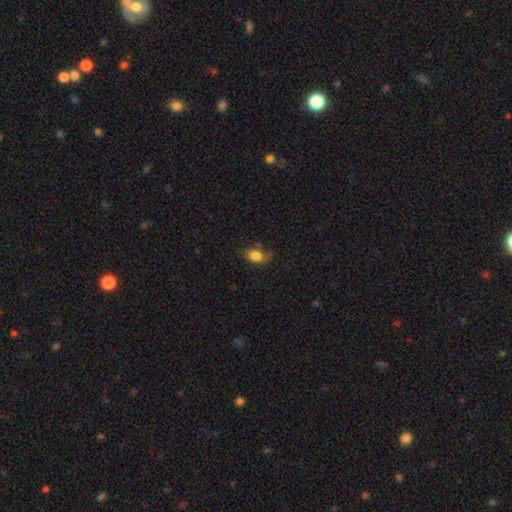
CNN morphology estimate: smooth 83%, star or artifact 10%, featured or disk 7%. Down the decision tree: how rounded — in between (77%); merging — none (61%).